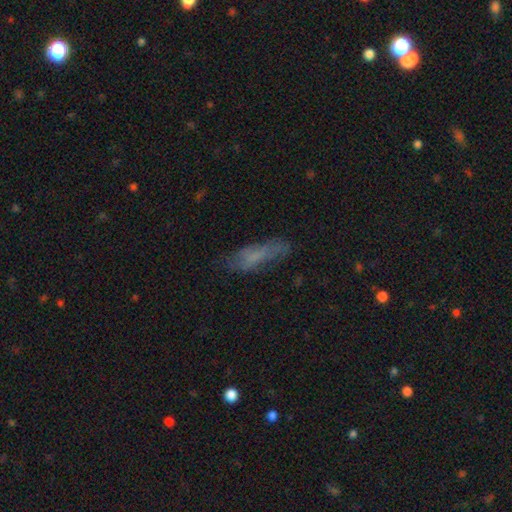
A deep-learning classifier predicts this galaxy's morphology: Smooth or featured?
  - smooth: 58% *
  - featured or disk: 31%
  - star or artifact: 12%
How rounded?
  - cigar-shaped: 60% *
  - in between: 38%
  - round: 2%
Merging?
  - none: 62% *
  - minor disturbance: 24%
  - major disturbance: 12%
  - merger: 2%